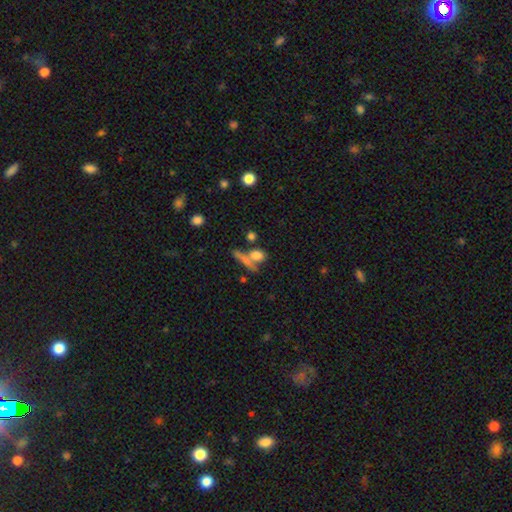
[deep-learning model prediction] This is likely a smooth galaxy (74%). How rounded: possibly round (47%). Merging: possibly none (51%).